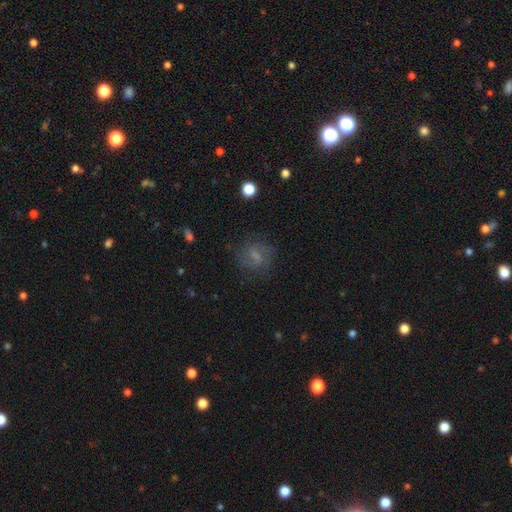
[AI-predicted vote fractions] Morphology: type=smooth (48%); merging=none (70%).